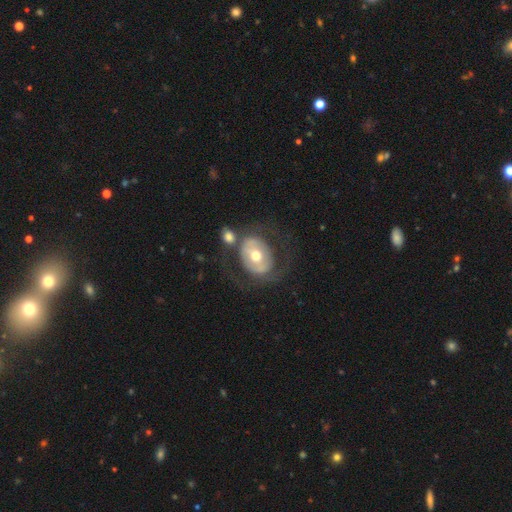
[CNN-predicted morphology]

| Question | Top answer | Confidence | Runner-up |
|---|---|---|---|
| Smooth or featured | featured or disk | 58% | smooth (36%) |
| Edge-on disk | no | 95% | yes (5%) |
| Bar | no | 58% | weak (26%) |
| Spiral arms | no | 67% | yes (33%) |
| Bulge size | moderate | 76% | small (14%) |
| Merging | none | 56% | major disturbance (15%) |